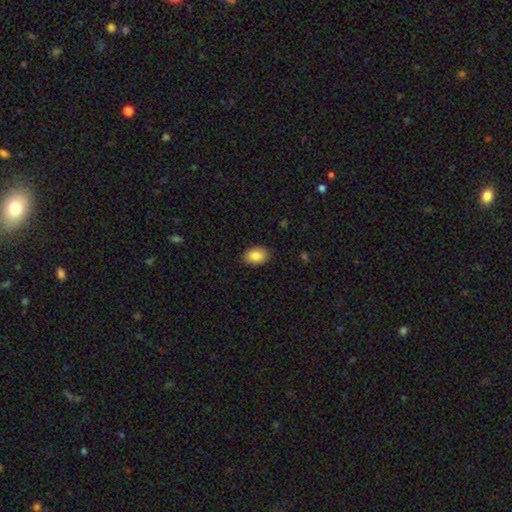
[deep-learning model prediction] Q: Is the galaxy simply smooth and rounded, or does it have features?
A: smooth — 85%.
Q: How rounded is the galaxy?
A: in between — 84%.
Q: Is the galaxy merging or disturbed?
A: none — 88%.